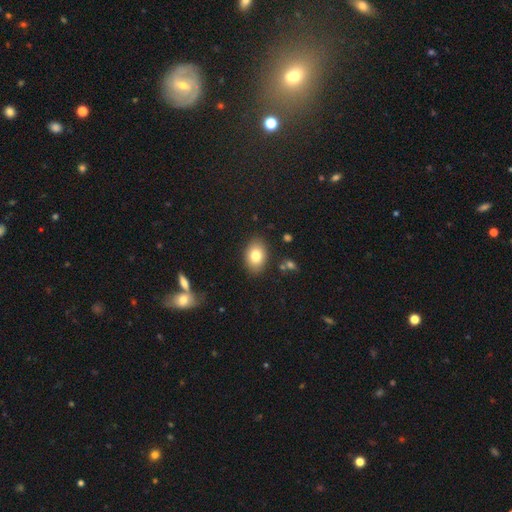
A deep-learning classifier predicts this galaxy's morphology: Smooth or featured? smooth (80%)
How rounded? in between (82%)
Merging? none (86%)